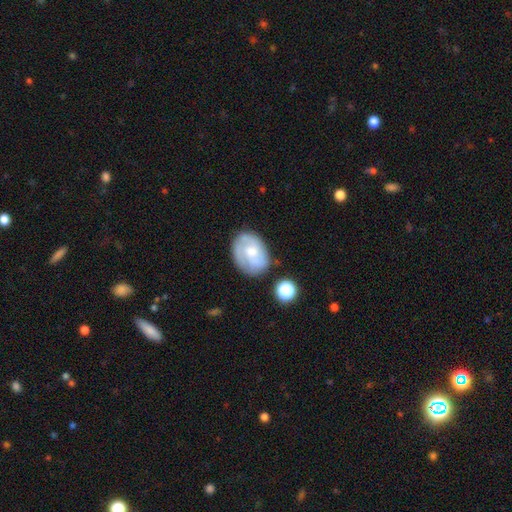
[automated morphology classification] Q: Smooth or featured?
A: featured or disk (61%); runner-up: smooth (32%)
Q: Edge-on disk?
A: no (97%); runner-up: yes (3%)
Q: Bar?
A: no (68%); runner-up: weak (28%)
Q: Spiral arms?
A: yes (80%); runner-up: no (20%)
Q: Bulge size?
A: moderate (50%); runner-up: small (41%)
Q: Merging?
A: none (65%); runner-up: minor disturbance (22%)